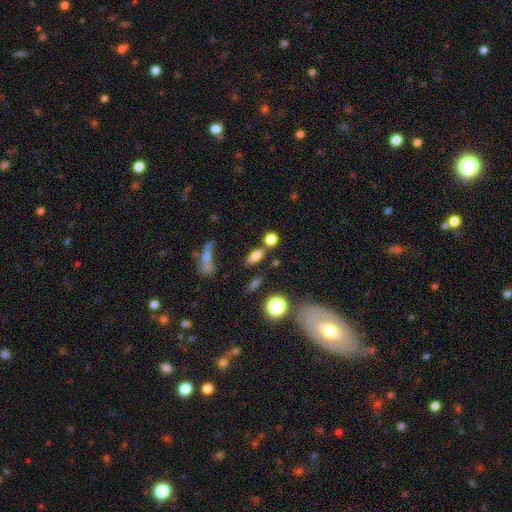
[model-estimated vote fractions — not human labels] The model was most divided on "how rounded": in between: 63%, cigar-shaped: 22%, round: 15%. More confident: smooth or featured — smooth (68%); merging — none (64%).